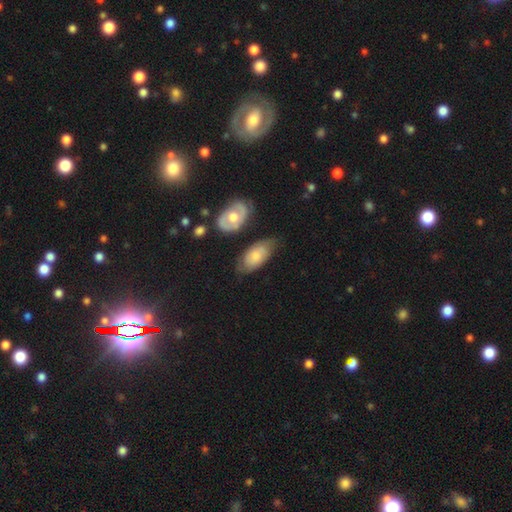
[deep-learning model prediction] smooth 56%, featured or disk 37%, star or artifact 6%. Down the decision tree: how rounded — in between (92%); merging — none (60%).